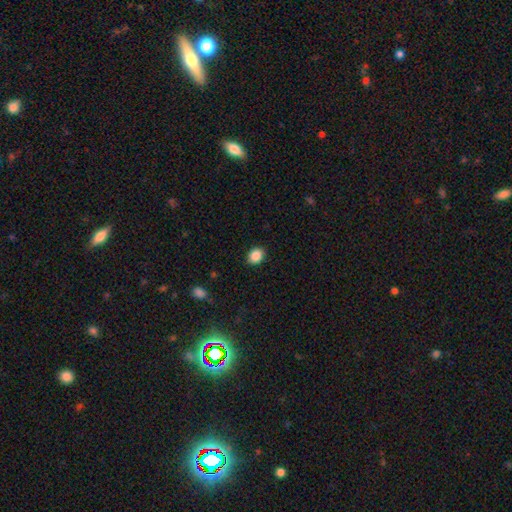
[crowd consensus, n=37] This appears to be a smooth galaxy with no disk features (95%) that is in between round and cigar-shaped (54%). Merging: none (89%).